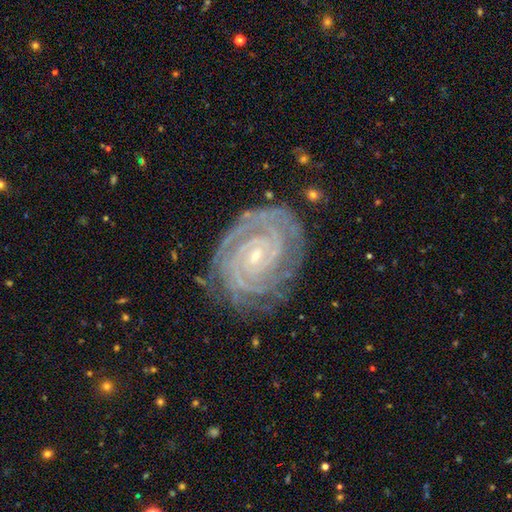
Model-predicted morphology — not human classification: Smooth or featured: featured or disk — 89% (star or artifact — 6%)
Edge-on disk: no — 97% (yes — 3%)
Bar: no — 60% (weak — 26%)
Spiral arms: yes — 98% (no — 2%)
Spiral winding: tight — 86% (medium — 12%)
Spiral arm count: 2 — 36% (3 — 19%)
Bulge size: small — 83% (moderate — 13%)
Merging: none — 79% (minor disturbance — 15%)